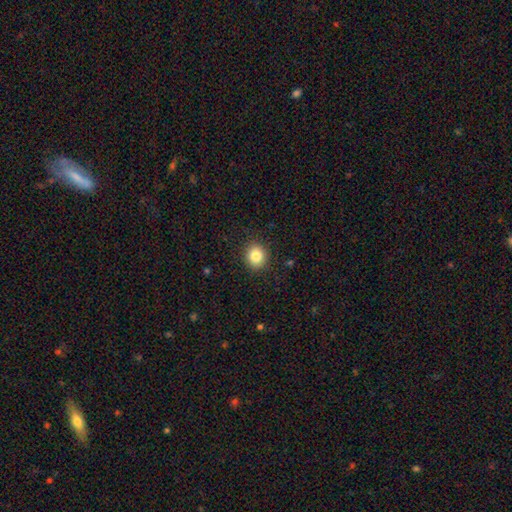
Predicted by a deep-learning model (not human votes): Q: Smooth or featured?
A: smooth (84%); runner-up: star or artifact (10%)
Q: How rounded?
A: round (80%); runner-up: in between (19%)
Q: Merging?
A: none (90%); runner-up: minor disturbance (7%)